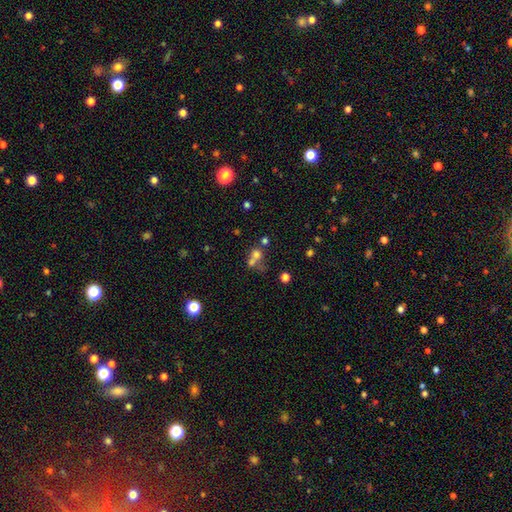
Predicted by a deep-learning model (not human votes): Overall: smooth (64%). How rounded: round (77%). Merging: merger (55%; none 32%).